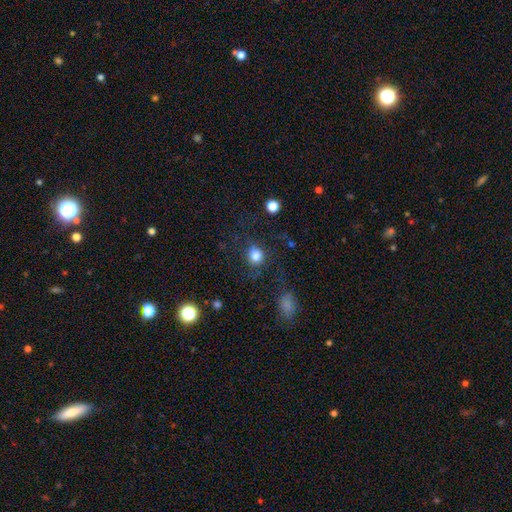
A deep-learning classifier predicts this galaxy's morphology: Smooth or featured? Predicted: smooth (p=0.82). How rounded? Predicted: round (p=0.83). Merging? Predicted: none (p=0.77).